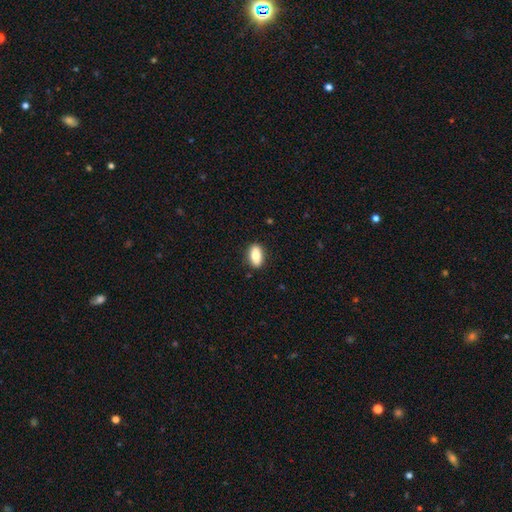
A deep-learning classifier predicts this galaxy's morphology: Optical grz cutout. It shows a smooth galaxy with no disk features (79%) that is in between round and cigar-shaped (87%). Merging: none (88%).